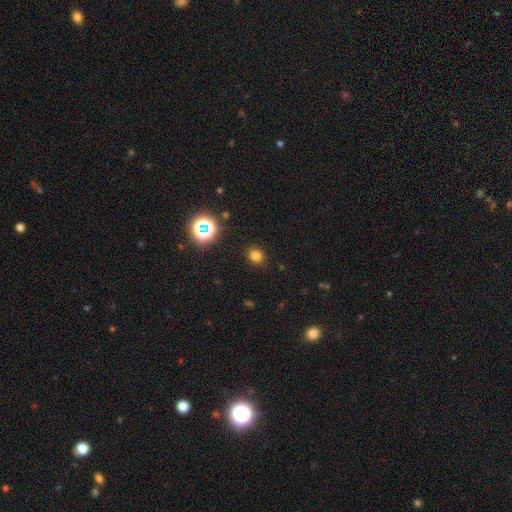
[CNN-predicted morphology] A smooth galaxy with no disk features (76%) that is round (70%).

Vote fractions:
- Smooth or featured? smooth: 76% / star or artifact: 19% / featured or disk: 5%
- How rounded? round: 70% / in between: 29% / cigar-shaped: 1%
- Merging? none: 89% / minor disturbance: 7% / major disturbance: 3% / merger: 1%